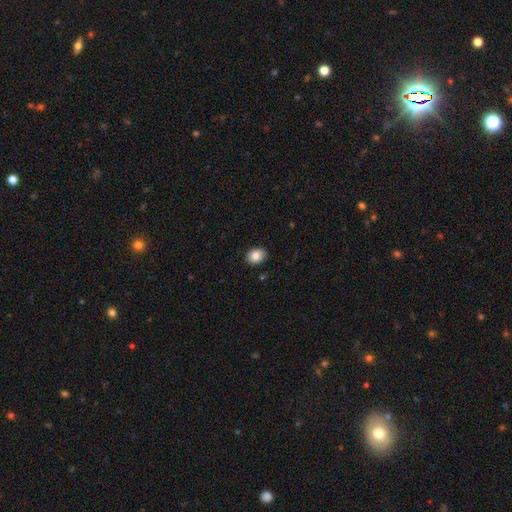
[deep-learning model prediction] The model was most divided on "how rounded": in between: 60%, round: 39%, cigar-shaped: 1%. More confident: merging — none (88%); smooth or featured — smooth (85%).